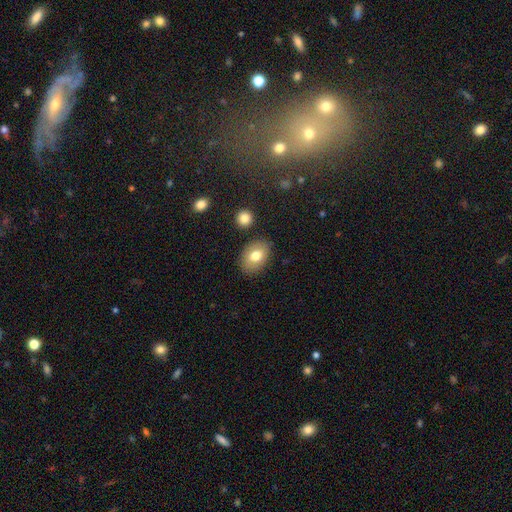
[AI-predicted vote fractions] smooth 76%, featured or disk 17%, star or artifact 8%. Down the decision tree: how rounded — in between (81%); merging — none (83%).